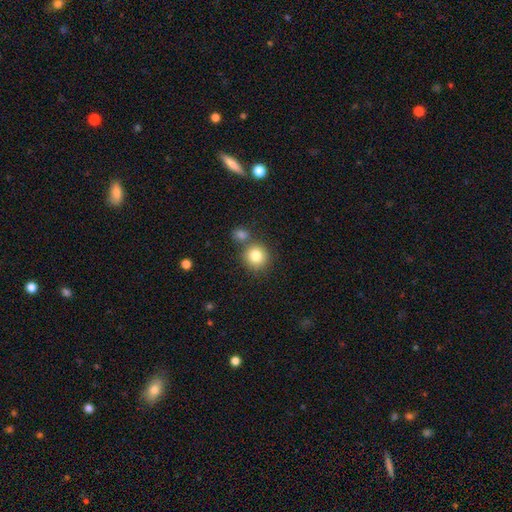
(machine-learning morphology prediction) Overall: smooth (82%). How rounded: round (89%). Merging: none (66%).